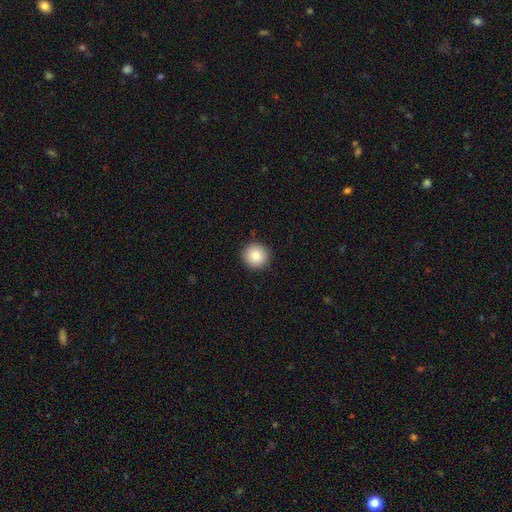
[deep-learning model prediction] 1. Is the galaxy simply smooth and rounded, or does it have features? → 85% smooth, 9% star or artifact, 6% featured or disk.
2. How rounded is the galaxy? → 95% round, 4% in between, 1% cigar-shaped.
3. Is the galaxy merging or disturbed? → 92% none, 5% minor disturbance, 2% major disturbance, 1% merger.